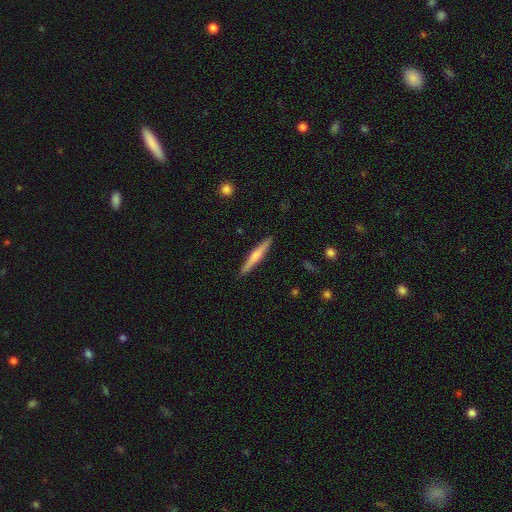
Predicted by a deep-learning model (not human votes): featured or disk 48%, smooth 47%, star or artifact 5%. Down the decision tree: merging — none (91%).